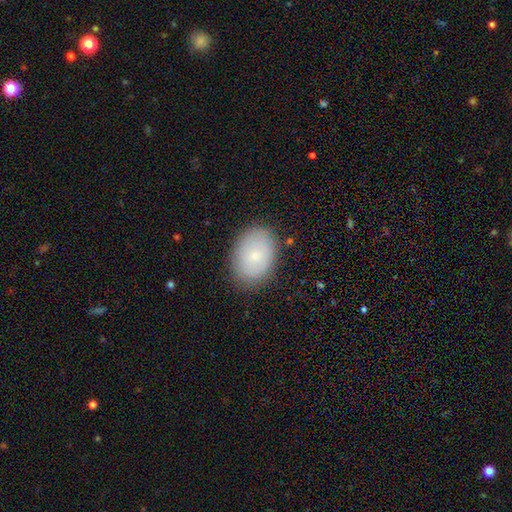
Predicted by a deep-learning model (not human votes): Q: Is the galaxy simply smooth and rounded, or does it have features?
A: smooth — 73%.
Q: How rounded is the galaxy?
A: in between — 79%.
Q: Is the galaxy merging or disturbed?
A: none — 83%.